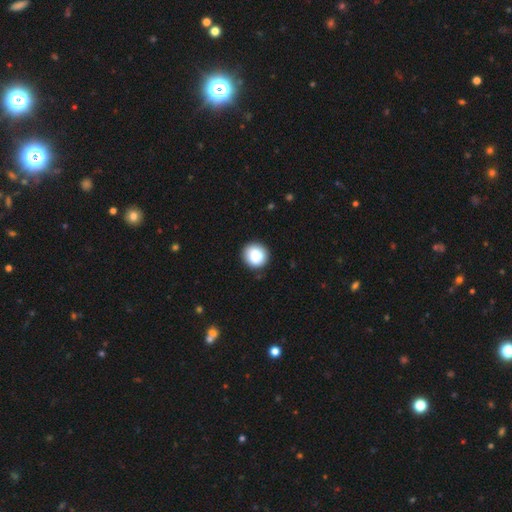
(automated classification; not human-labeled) This is clearly a smooth galaxy (87%). How rounded: clearly round (92%). Merging: clearly none (89%).